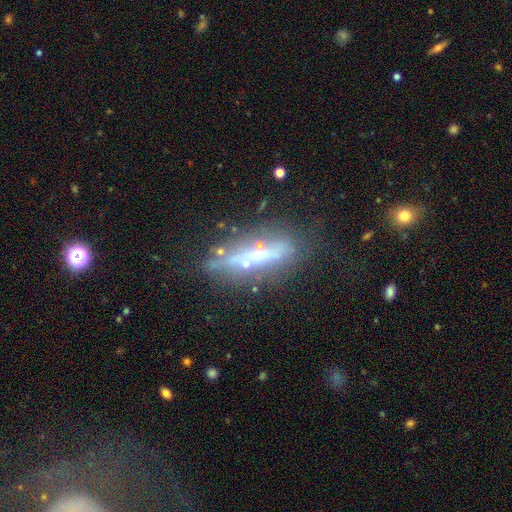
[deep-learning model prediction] Smooth or featured? featured or disk (63%)
Edge-on disk? yes (66%)
Merging? none (62%)